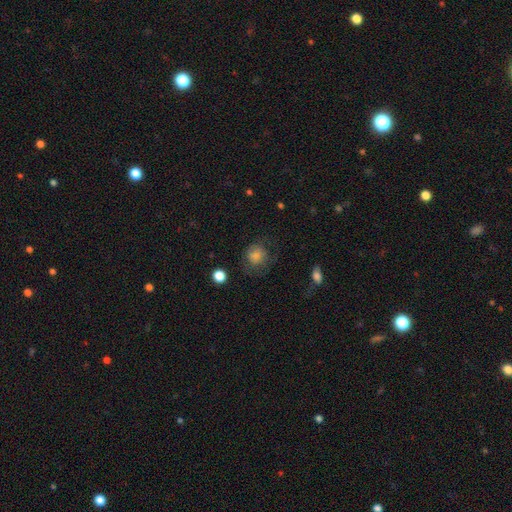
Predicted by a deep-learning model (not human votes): Smooth or featured?
  - smooth: 65% *
  - featured or disk: 19%
  - star or artifact: 16%
How rounded?
  - round: 82% *
  - in between: 17%
  - cigar-shaped: 1%
Merging?
  - none: 66% *
  - minor disturbance: 19%
  - major disturbance: 13%
  - merger: 2%